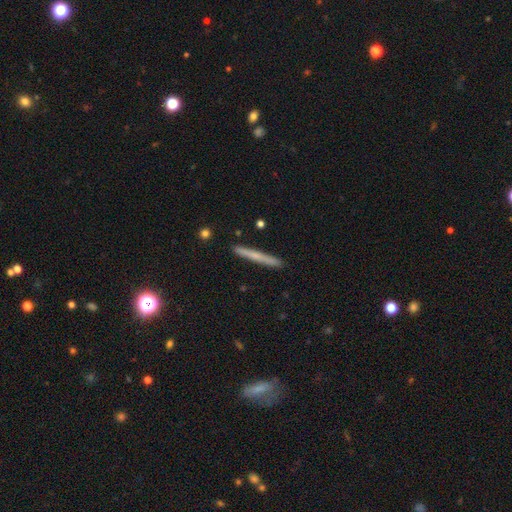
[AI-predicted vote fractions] Smooth or featured?
  - smooth: 51% *
  - featured or disk: 42%
  - star or artifact: 7%
How rounded?
  - cigar-shaped: 96% *
  - in between: 2%
  - round: 2%
Merging?
  - none: 91% *
  - minor disturbance: 6%
  - merger: 1%
  - major disturbance: 1%